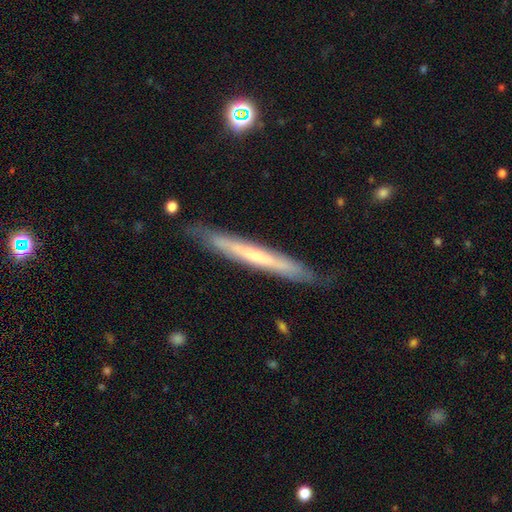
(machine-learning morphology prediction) A featured or disk galaxy (55%) viewed edge-on (90%). Merging: none (83%).